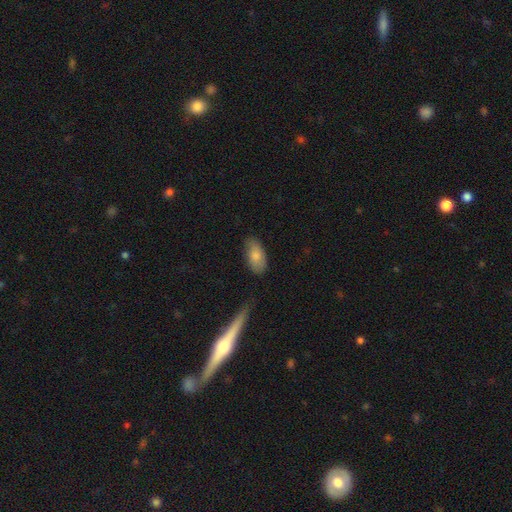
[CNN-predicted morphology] type=smooth (82%); roundness=in between (92%); merging=none (76%).